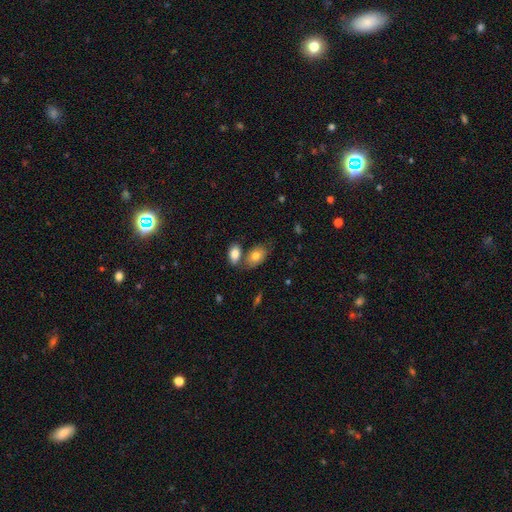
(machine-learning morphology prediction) Smooth or featured? Predicted: smooth (p=0.79). How rounded? Predicted: in between (p=0.88). Merging? Predicted: none (p=0.55).